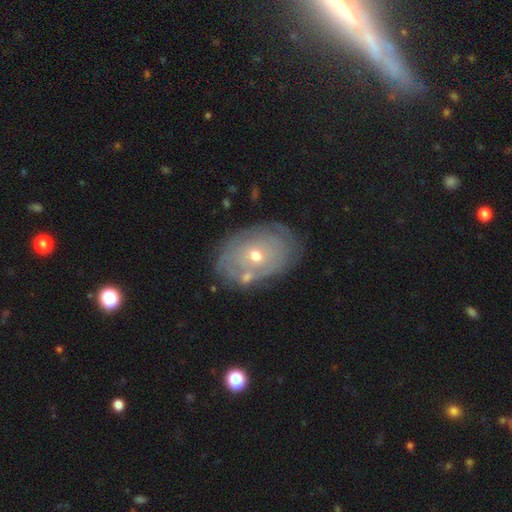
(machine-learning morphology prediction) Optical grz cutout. It shows a featured or disk galaxy (58%) with no bar (83%), no spiral arms (51%) and a moderate central bulge (51%). Merging: none (66%).